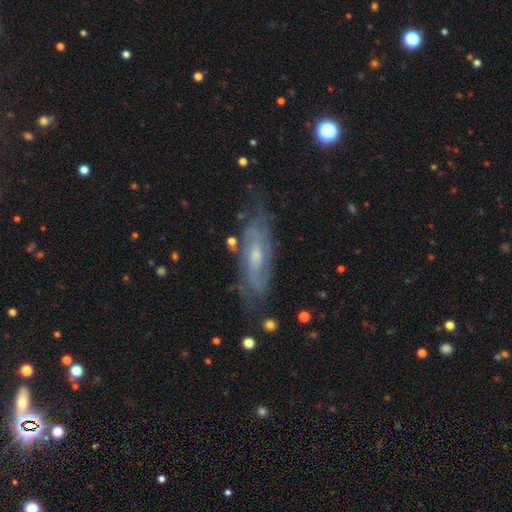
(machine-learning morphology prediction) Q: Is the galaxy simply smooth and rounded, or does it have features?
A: featured or disk — 71%.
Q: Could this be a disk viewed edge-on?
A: no — 75%.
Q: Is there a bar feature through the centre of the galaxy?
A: no — 61%.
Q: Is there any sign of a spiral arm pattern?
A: yes — 83%.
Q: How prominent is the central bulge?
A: small — 55%.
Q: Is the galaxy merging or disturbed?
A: none — 70%.